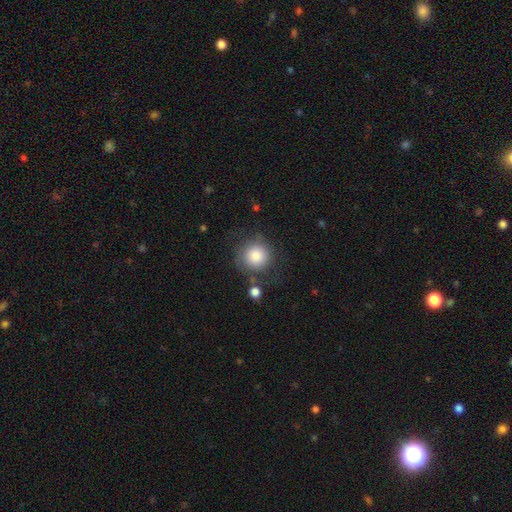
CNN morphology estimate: Q: Smooth or featured?
A: smooth (82%); runner-up: featured or disk (10%)
Q: How rounded?
A: round (93%); runner-up: in between (6%)
Q: Merging?
A: none (70%); runner-up: minor disturbance (16%)